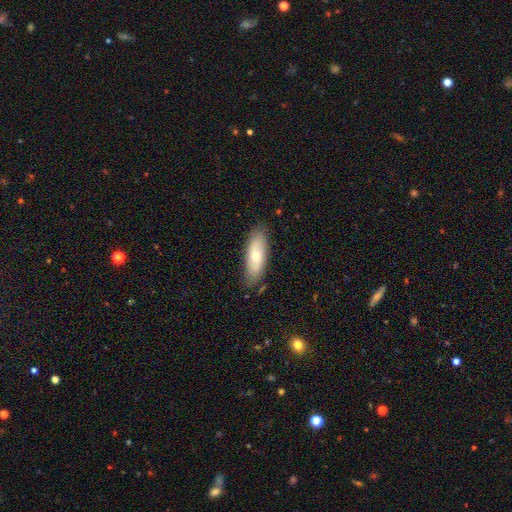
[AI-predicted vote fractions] Q: Smooth or featured?
A: smooth (59%); runner-up: featured or disk (35%)
Q: How rounded?
A: in between (74%); runner-up: cigar-shaped (24%)
Q: Merging?
A: none (81%); runner-up: minor disturbance (15%)